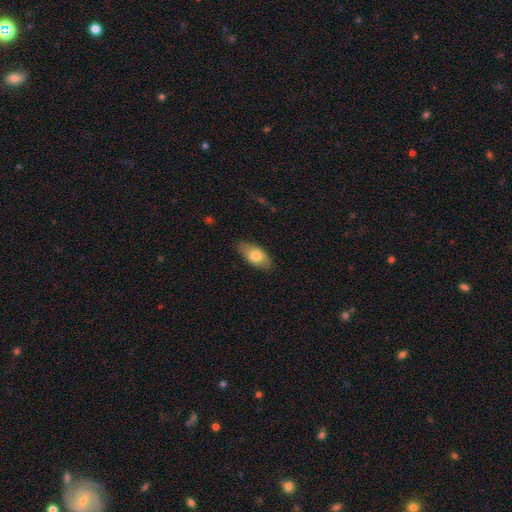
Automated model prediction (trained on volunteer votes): A smooth galaxy with no disk features (74%) that is in between round and cigar-shaped (91%). Merging: none (81%).